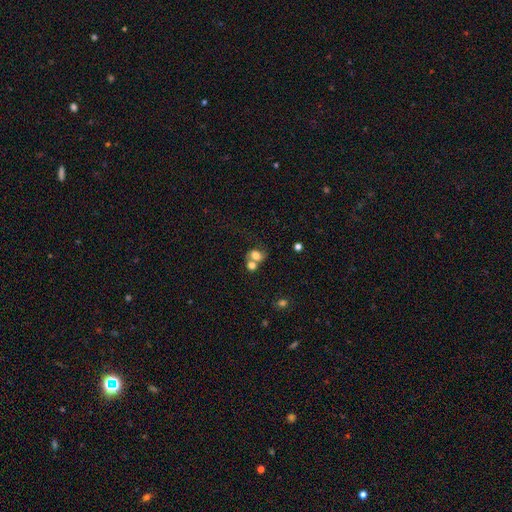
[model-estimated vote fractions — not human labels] The model was most divided on "how rounded": in between: 53%, round: 46%, cigar-shaped: 1%. More confident: smooth or featured — smooth (68%); merging — merger (54%).